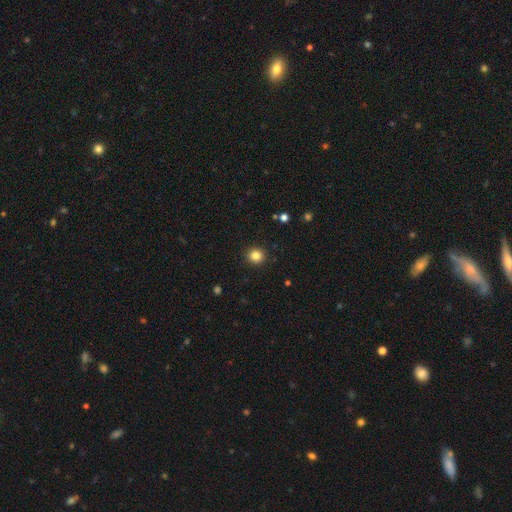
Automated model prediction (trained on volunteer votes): Q: Smooth or featured?
A: smooth (84%); runner-up: star or artifact (12%)
Q: How rounded?
A: round (92%); runner-up: in between (7%)
Q: Merging?
A: none (92%); runner-up: minor disturbance (5%)